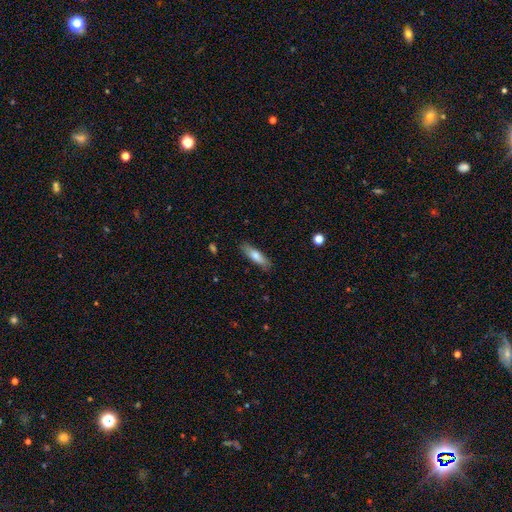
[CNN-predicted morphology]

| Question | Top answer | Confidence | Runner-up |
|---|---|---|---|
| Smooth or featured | smooth | 74% | featured or disk (20%) |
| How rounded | cigar-shaped | 63% | in between (35%) |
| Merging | none | 86% | minor disturbance (11%) |